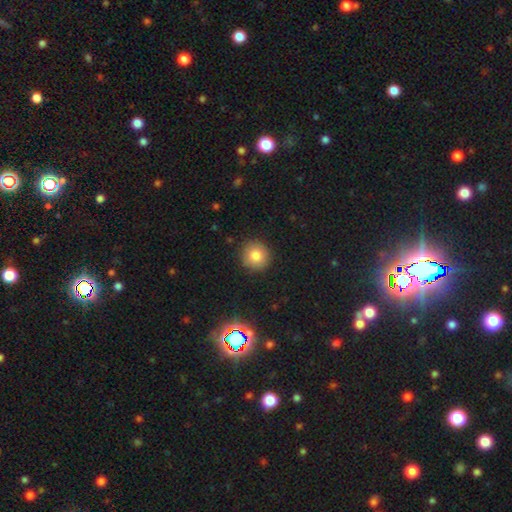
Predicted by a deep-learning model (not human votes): A smooth galaxy with no disk features (82%) that is round (92%).

Vote fractions:
- Smooth or featured? smooth: 82% / star or artifact: 11% / featured or disk: 7%
- How rounded? round: 92% / in between: 7% / cigar-shaped: 1%
- Merging? none: 89% / minor disturbance: 8% / major disturbance: 2% / merger: 1%